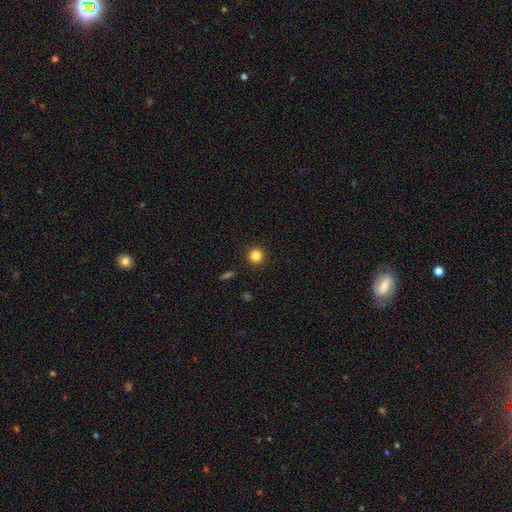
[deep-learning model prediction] smooth 84%, star or artifact 12%, featured or disk 4%. Down the decision tree: how rounded — round (94%); merging — none (92%).